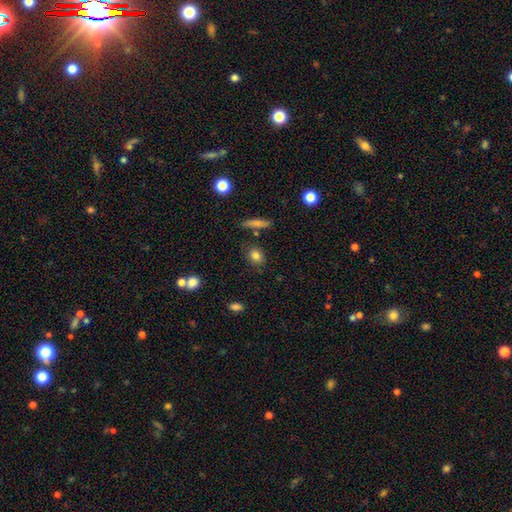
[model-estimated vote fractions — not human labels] Q: Smooth or featured?
A: smooth (81%); runner-up: star or artifact (10%)
Q: How rounded?
A: in between (57%); runner-up: round (40%)
Q: Merging?
A: none (79%); runner-up: minor disturbance (13%)